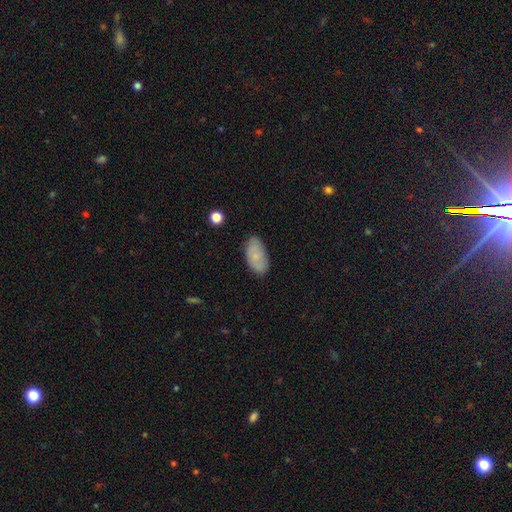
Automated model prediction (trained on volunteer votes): The model was most divided on "smooth or featured": smooth: 74%, featured or disk: 19%, star or artifact: 7%. More confident: how rounded — in between (93%); merging — none (81%).